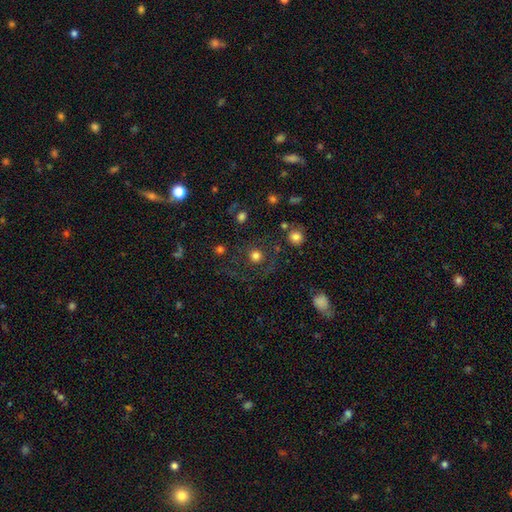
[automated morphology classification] Overall: smooth (68%). How rounded: round (92%). Merging: none (74%).